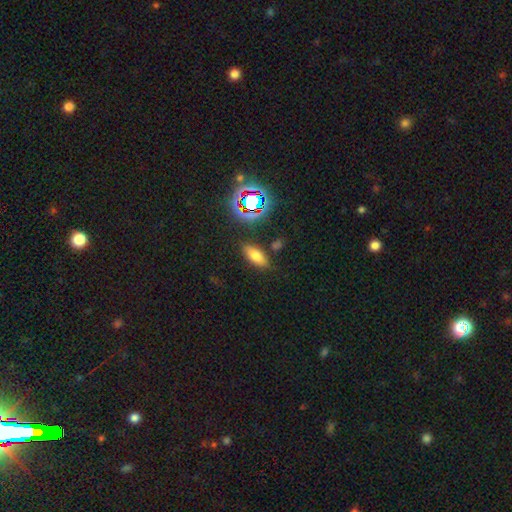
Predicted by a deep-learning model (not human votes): This is likely a smooth galaxy (68%). How rounded: likely in between (79%). Merging: clearly none (82%).